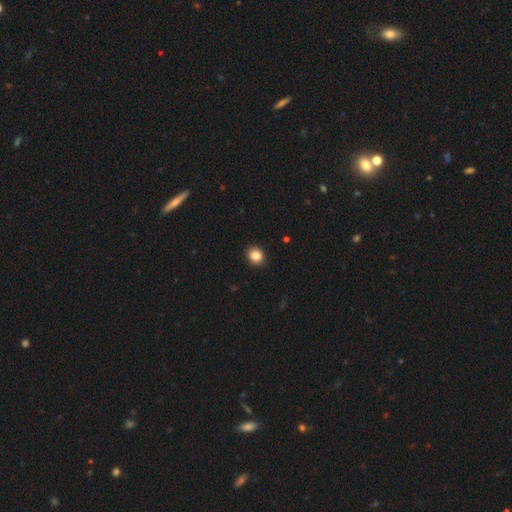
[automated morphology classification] smooth-or-featured: smooth: 85% | star or artifact: 10% | featured or disk: 5%
  how-rounded: round: 75% | in between: 25% | cigar-shaped: 1%
  merging: none: 91% | minor disturbance: 6% | major disturbance: 2% | merger: 1%